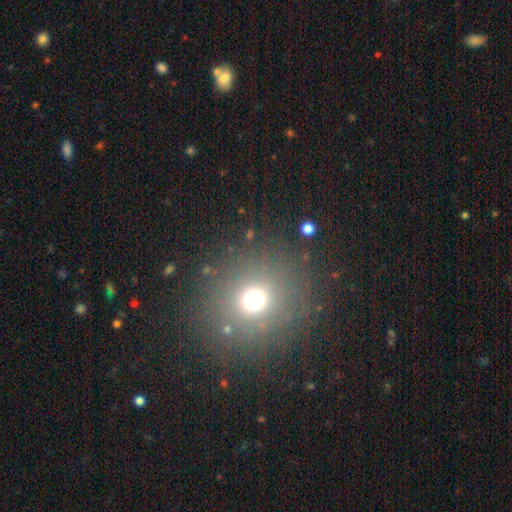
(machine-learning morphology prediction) Smooth or featured? Predicted: smooth (p=0.61). How rounded? Predicted: round (p=0.85). Merging? Predicted: none (p=0.89).